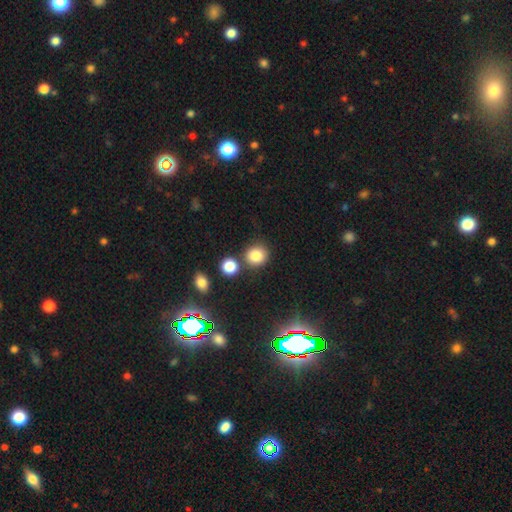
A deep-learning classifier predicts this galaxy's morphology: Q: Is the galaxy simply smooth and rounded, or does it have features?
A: smooth — 82%.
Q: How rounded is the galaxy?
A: round — 82%.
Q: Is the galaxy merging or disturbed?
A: none — 75%.